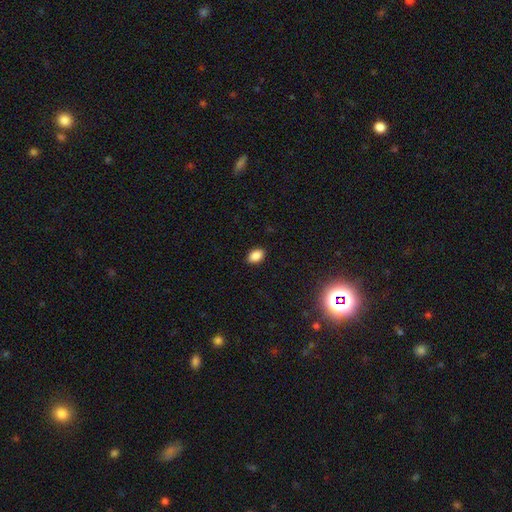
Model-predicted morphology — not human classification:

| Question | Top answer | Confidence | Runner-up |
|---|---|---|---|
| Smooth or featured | smooth | 88% | star or artifact (9%) |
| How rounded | in between | 87% | round (12%) |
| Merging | none | 90% | minor disturbance (7%) |